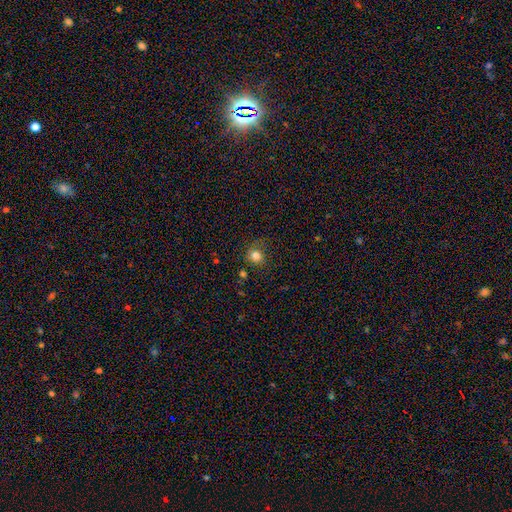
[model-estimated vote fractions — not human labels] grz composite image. It shows a smooth galaxy with no disk features (81%) that is round (79%). Merging: none (72%).